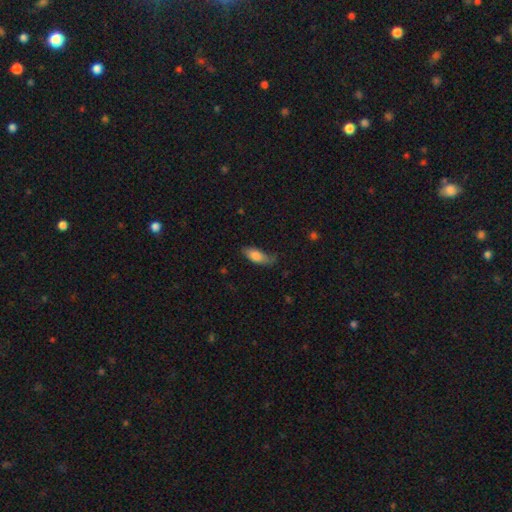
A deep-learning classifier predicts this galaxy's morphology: smooth-or-featured: smooth: 77% | featured or disk: 16% | star or artifact: 7%
  how-rounded: in between: 81% | cigar-shaped: 17% | round: 3%
  merging: none: 56% | minor disturbance: 33% | major disturbance: 10% | merger: 2%